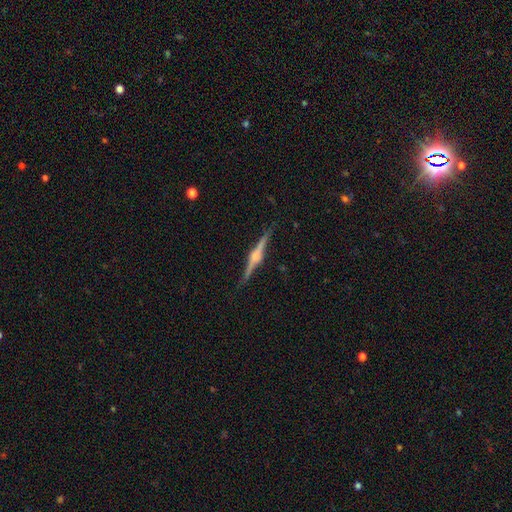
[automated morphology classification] This appears to be a featured or disk galaxy (85%) viewed edge-on (98%) with a rounded central bulge (87%). Merging: none (89%).